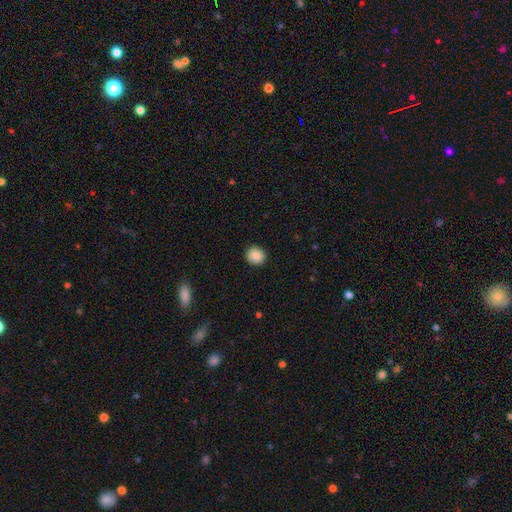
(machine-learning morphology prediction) This is clearly a smooth galaxy (86%). How rounded: clearly round (87%). Merging: clearly none (90%).